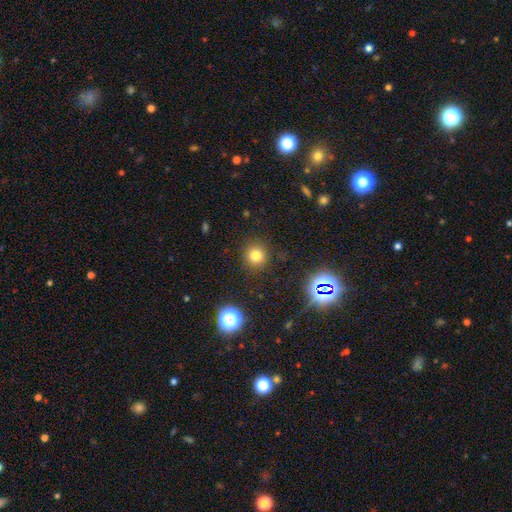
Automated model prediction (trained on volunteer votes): Q: Smooth or featured?
A: smooth (77%); runner-up: star or artifact (17%)
Q: How rounded?
A: round (92%); runner-up: in between (7%)
Q: Merging?
A: none (89%); runner-up: minor disturbance (6%)